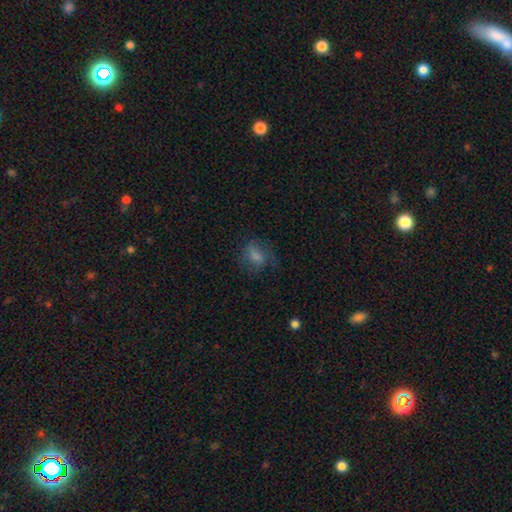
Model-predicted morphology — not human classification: type=smooth (65%); roundness=in between (59%); merging=none (54%).